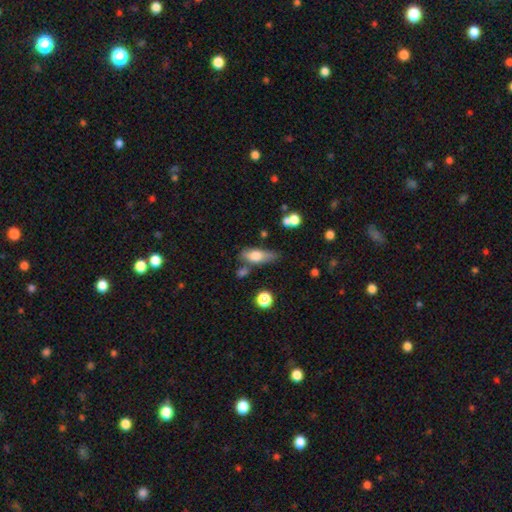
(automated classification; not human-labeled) smooth_or_featured: smooth (p=0.69) [alt: featured or disk p=0.23]
how_rounded: in between (p=0.69) [alt: cigar-shaped p=0.27]
merging: none (p=0.53) [alt: minor disturbance p=0.26]